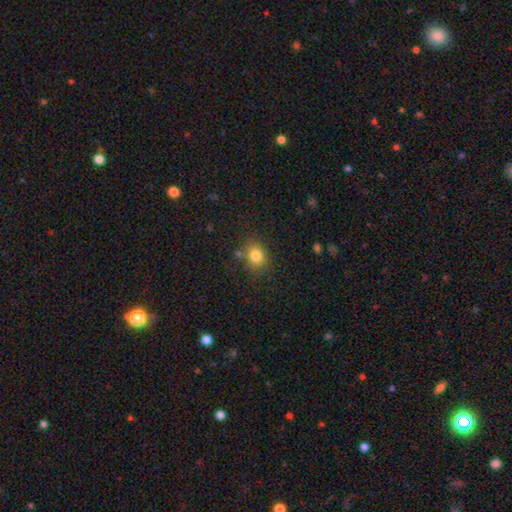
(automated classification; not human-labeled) Smooth or featured? Predicted: smooth (p=0.82). How rounded? Predicted: round (p=0.58). Merging? Predicted: none (p=0.74).